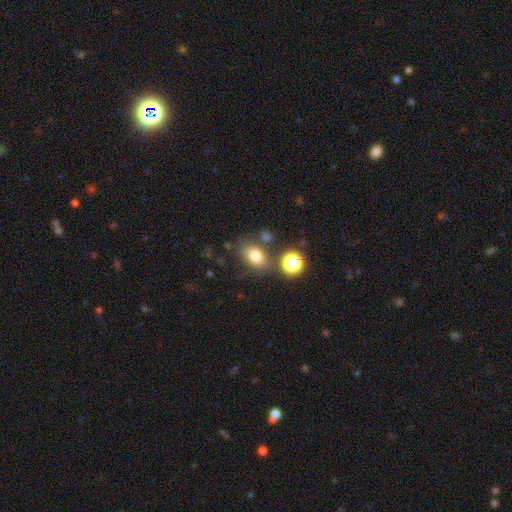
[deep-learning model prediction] This appears to be a smooth galaxy with no disk features (76%) that is in between round and cigar-shaped (72%). Merging: none (71%).